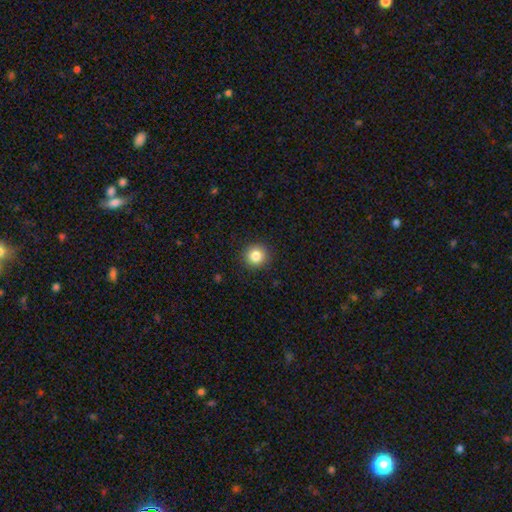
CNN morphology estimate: smooth-or-featured: smooth: 84% | star or artifact: 10% | featured or disk: 6%
  how-rounded: round: 94% | in between: 5% | cigar-shaped: 1%
  merging: none: 92% | minor disturbance: 6% | major disturbance: 2% | merger: 1%